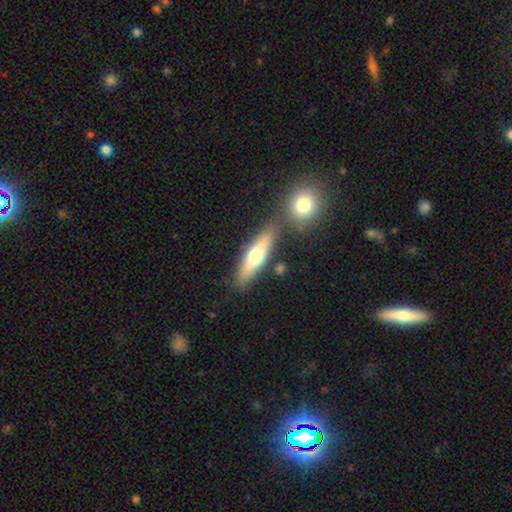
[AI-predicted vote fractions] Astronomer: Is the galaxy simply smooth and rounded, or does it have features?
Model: smooth — 52% (runner-up: featured or disk, 42%).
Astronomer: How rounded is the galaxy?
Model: cigar-shaped — 68%.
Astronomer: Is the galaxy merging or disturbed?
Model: none — 75%.